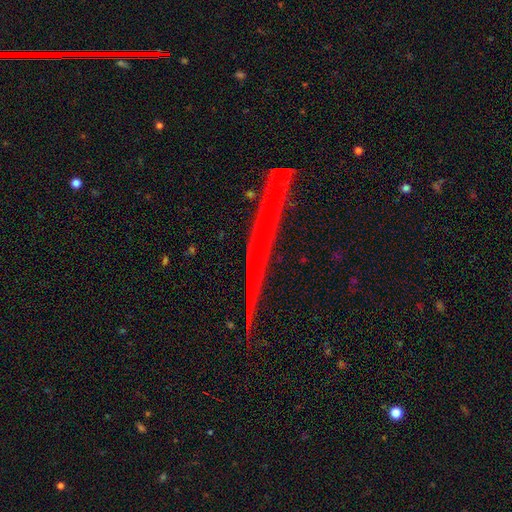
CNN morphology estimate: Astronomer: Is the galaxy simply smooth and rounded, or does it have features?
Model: star or artifact — 67%.